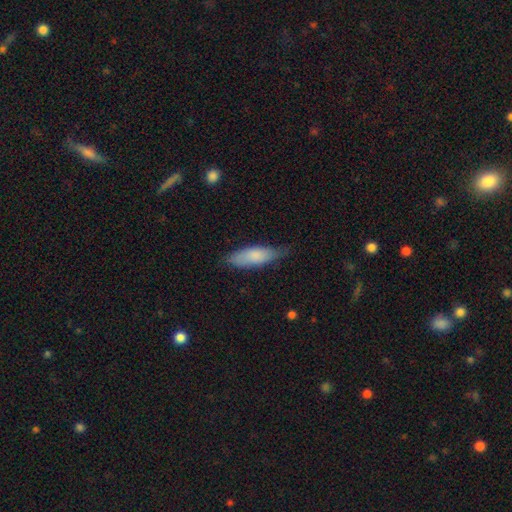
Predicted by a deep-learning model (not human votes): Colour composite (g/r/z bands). It shows a smooth galaxy with no disk features (81%) that is in between round and cigar-shaped (63%). Merging: none (65%).